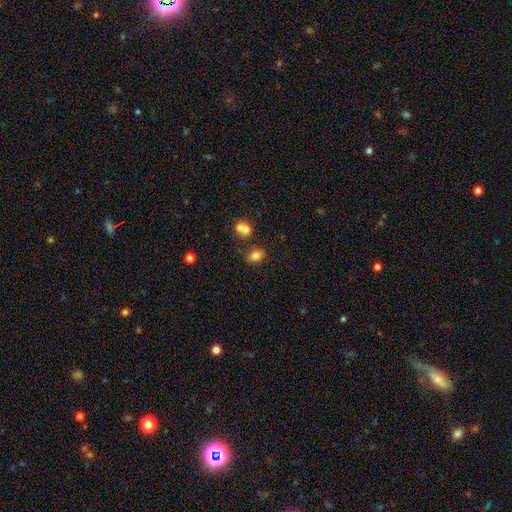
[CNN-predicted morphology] This appears to be a smooth galaxy with no disk features (81%) that is in between round and cigar-shaped (51%). Merging: none (68%).